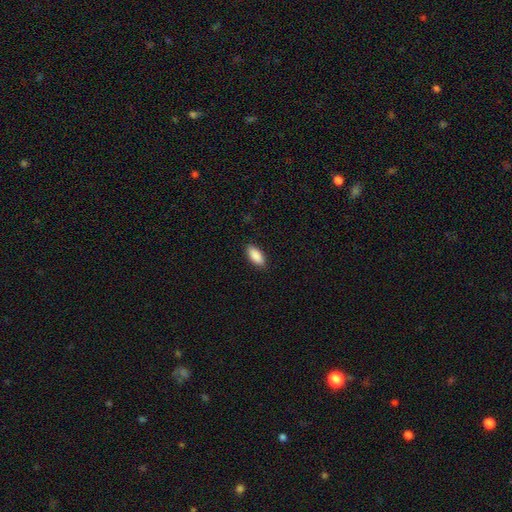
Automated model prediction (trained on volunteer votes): Smooth or featured?
  - smooth: 90% *
  - star or artifact: 6%
  - featured or disk: 4%
How rounded?
  - in between: 88% *
  - cigar-shaped: 10%
  - round: 2%
Merging?
  - none: 89% *
  - minor disturbance: 8%
  - major disturbance: 2%
  - merger: 1%